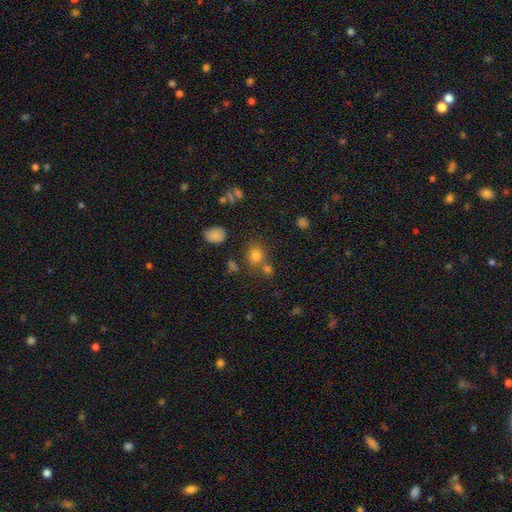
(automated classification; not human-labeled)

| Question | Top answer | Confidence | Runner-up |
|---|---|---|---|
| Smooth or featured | smooth | 75% | star or artifact (18%) |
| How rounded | round | 72% | in between (27%) |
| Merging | none | 62% | merger (23%) |